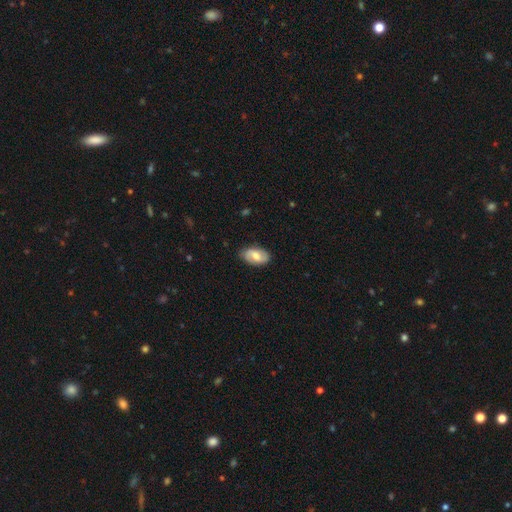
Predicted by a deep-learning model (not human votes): Smooth or featured? featured or disk (49%)
Merging? none (83%)